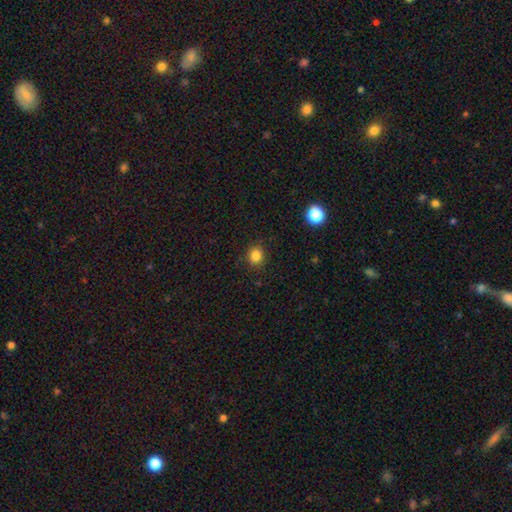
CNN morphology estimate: smooth-or-featured: smooth: 83% | star or artifact: 12% | featured or disk: 4%
  how-rounded: round: 81% | in between: 18% | cigar-shaped: 1%
  merging: none: 89% | minor disturbance: 8% | major disturbance: 2% | merger: 1%